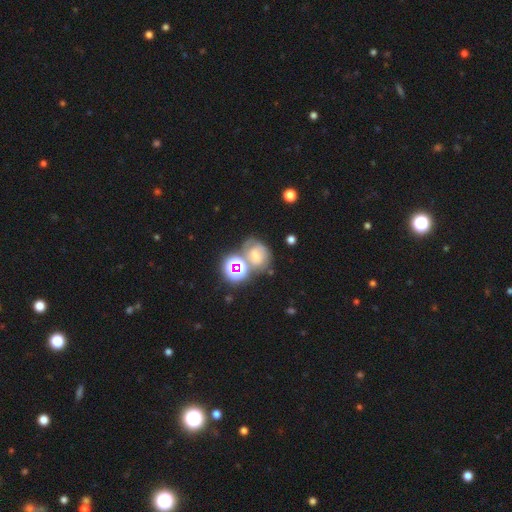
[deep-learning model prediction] smooth 39%, featured or disk 32%, star or artifact 29%. Down the decision tree: merging — none (45%).